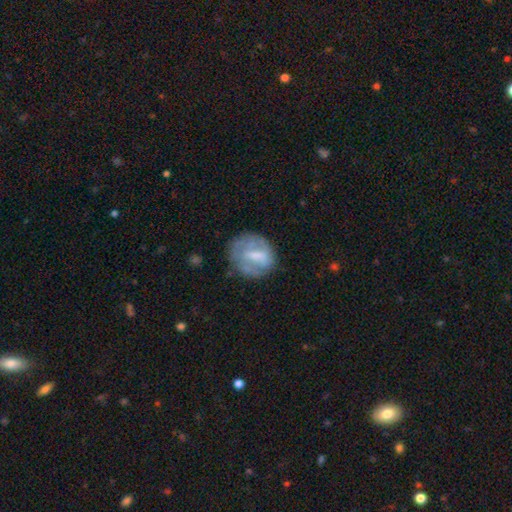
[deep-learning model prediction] Smooth or featured? smooth (46%, tied with featured or disk)
Merging? none (59%)